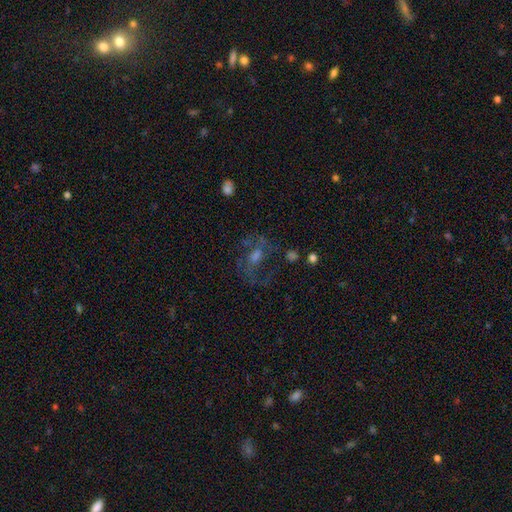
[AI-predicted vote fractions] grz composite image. It shows a featured or disk galaxy (62%) with no bar (54%), spiral arms (67%) and a moderate central bulge (50%). Merging: none (58%).